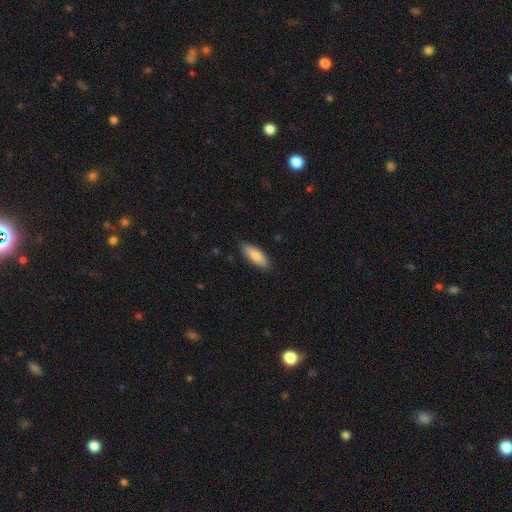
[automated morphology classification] Q: Smooth or featured?
A: smooth (83%); runner-up: featured or disk (11%)
Q: How rounded?
A: in between (67%); runner-up: cigar-shaped (31%)
Q: Merging?
A: none (87%); runner-up: minor disturbance (10%)